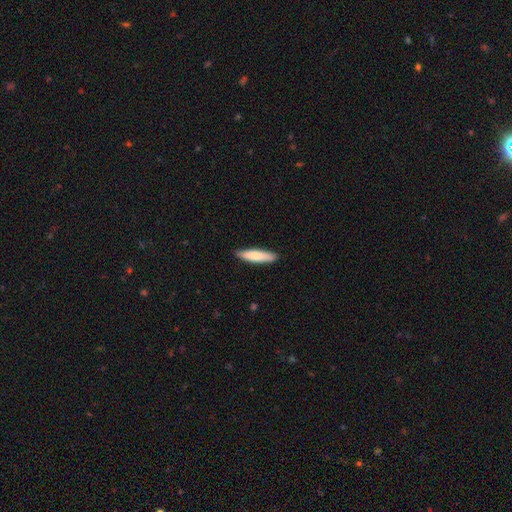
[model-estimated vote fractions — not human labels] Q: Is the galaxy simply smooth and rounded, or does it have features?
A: smooth — 80%.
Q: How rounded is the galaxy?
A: cigar-shaped — 78%.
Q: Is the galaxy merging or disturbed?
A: none — 88%.